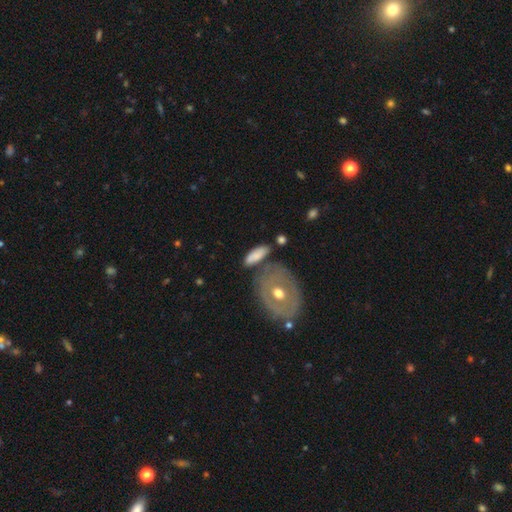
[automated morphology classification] This appears to be a smooth galaxy with no disk features (71%) that is in between round and cigar-shaped (72%). Merging: none (60%).